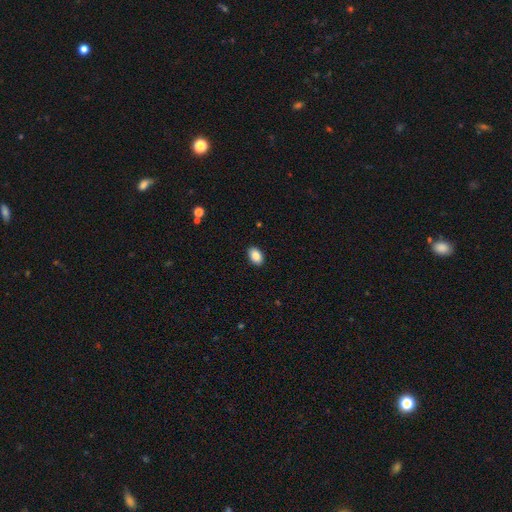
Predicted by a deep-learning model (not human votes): smooth_or_featured: smooth (p=0.86) [alt: star or artifact p=0.08]
how_rounded: in between (p=0.90) [alt: round p=0.09]
merging: none (p=0.90) [alt: minor disturbance p=0.07]